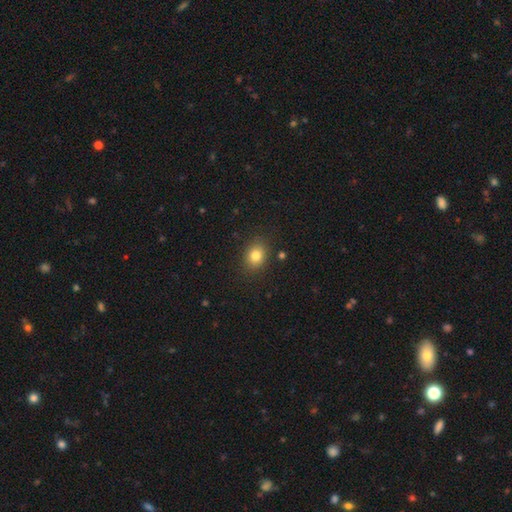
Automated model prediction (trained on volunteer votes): smooth 81%, star or artifact 11%, featured or disk 7%. Down the decision tree: how rounded — round (50%); merging — none (86%).